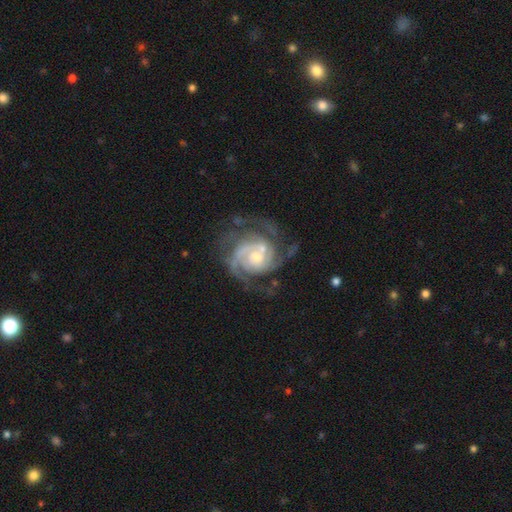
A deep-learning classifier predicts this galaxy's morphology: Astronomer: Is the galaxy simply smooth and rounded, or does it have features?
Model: featured or disk — 91%.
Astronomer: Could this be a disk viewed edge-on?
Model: no — 98%.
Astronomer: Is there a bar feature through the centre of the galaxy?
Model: no — 65%.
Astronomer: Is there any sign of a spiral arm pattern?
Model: yes — 98%.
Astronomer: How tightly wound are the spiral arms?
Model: tight — 57% (runner-up: medium, 35%).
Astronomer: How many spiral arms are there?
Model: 2 — 37% (runner-up: 3, 31%).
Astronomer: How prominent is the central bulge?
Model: moderate — 50% (runner-up: small, 37%).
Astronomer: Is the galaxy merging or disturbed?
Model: none — 63%.